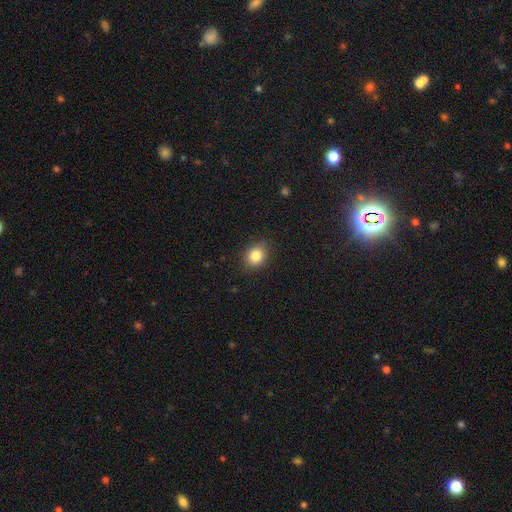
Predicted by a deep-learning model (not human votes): smooth 84%, star or artifact 10%, featured or disk 6%. Down the decision tree: how rounded — round (53%); merging — none (88%).